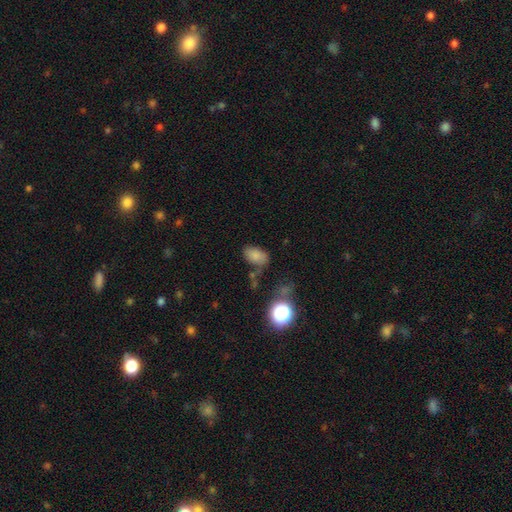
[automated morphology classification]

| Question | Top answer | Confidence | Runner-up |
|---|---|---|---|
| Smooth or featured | smooth | 77% | star or artifact (14%) |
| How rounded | in between | 88% | round (10%) |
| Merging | none | 64% | minor disturbance (20%) |